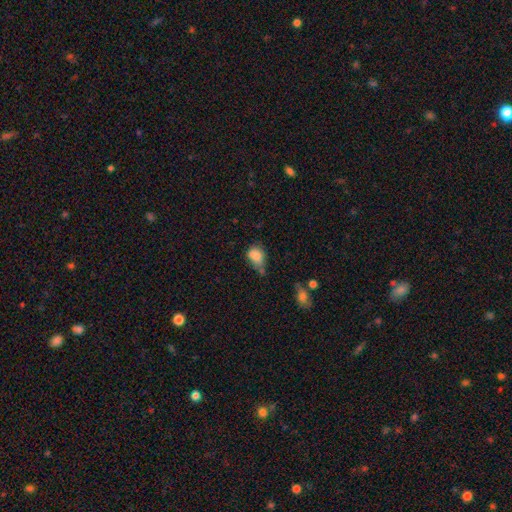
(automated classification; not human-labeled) Morphology: type=smooth (77%); roundness=in between (69%); merging=minor disturbance (36%).